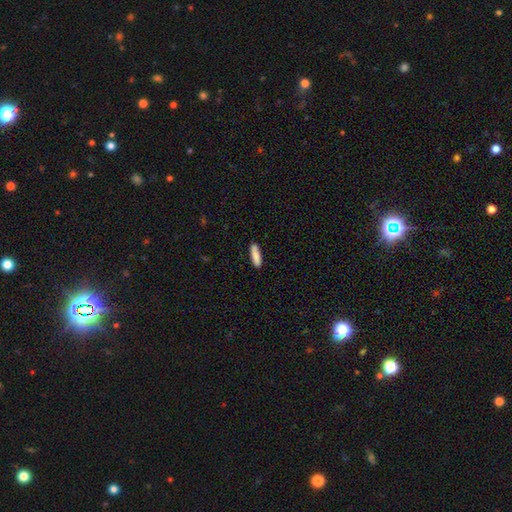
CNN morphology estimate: A smooth galaxy with no disk features (86%) that is cigar-shaped (67%). Merging: none (87%).